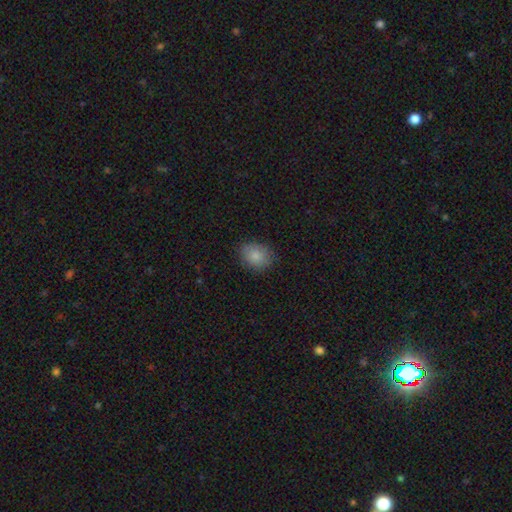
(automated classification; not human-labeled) Smooth or featured? Predicted: smooth (p=0.84). How rounded? Predicted: in between (p=0.56). Merging? Predicted: none (p=0.83).